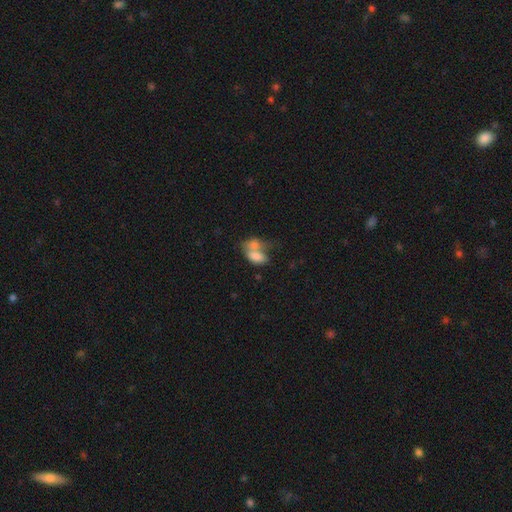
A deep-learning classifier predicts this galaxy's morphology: smooth_or_featured: smooth (p=0.75) [alt: featured or disk p=0.17]
how_rounded: in between (p=0.88) [alt: round p=0.10]
merging: merger (p=0.67) [alt: none p=0.16]